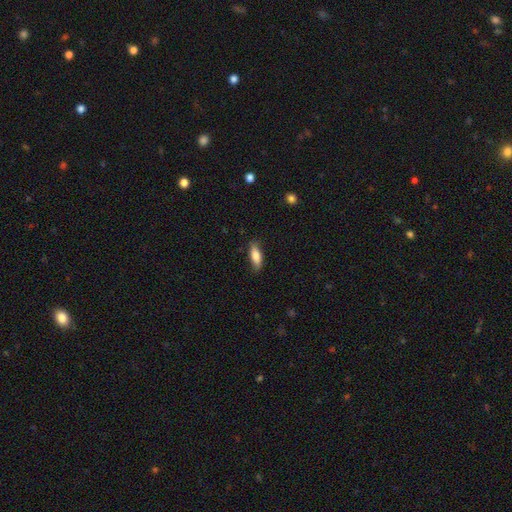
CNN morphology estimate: Q: Smooth or featured?
A: smooth (82%); runner-up: featured or disk (12%)
Q: How rounded?
A: in between (67%); runner-up: cigar-shaped (31%)
Q: Merging?
A: none (81%); runner-up: minor disturbance (15%)